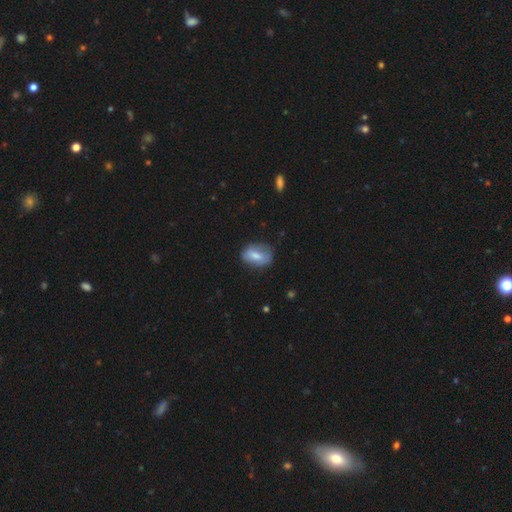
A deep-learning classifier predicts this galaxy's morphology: The model was most divided on "merging": none: 66%, minor disturbance: 25%, major disturbance: 7%, merger: 2%. More confident: how rounded — in between (82%); smooth or featured — smooth (69%).